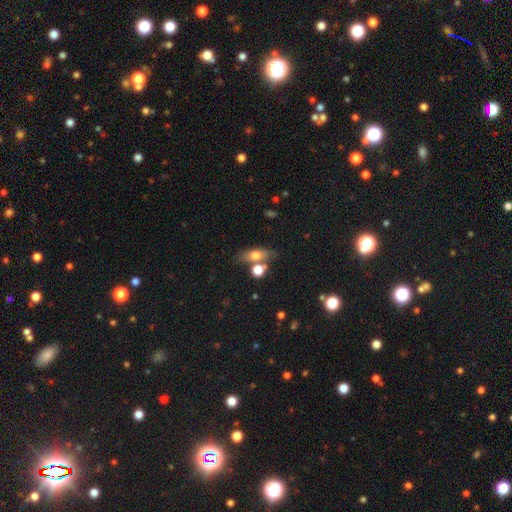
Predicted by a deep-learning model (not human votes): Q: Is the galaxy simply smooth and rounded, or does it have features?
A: smooth — 67%.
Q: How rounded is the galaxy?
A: in between — 64%.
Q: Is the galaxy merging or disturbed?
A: none — 62%.